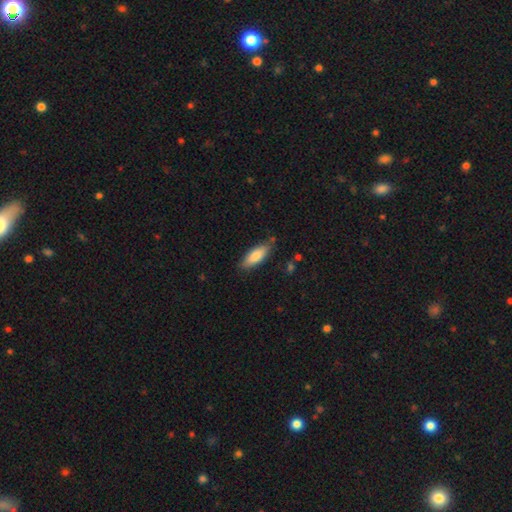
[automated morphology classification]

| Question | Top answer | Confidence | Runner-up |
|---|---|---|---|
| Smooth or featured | smooth | 81% | featured or disk (13%) |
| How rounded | in between | 64% | cigar-shaped (35%) |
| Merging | none | 80% | minor disturbance (15%) |